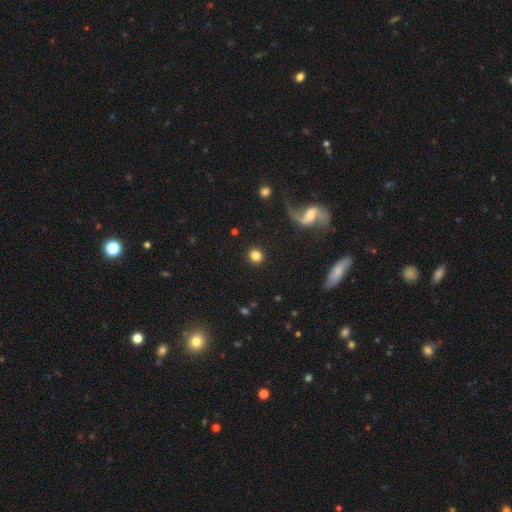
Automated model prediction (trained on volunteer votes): A smooth galaxy with no disk features (80%) that is round (91%).

Vote fractions:
- Smooth or featured? smooth: 80% / star or artifact: 10% / featured or disk: 9%
- How rounded? round: 91% / in between: 8% / cigar-shaped: 1%
- Merging? none: 91% / minor disturbance: 5% / major disturbance: 3% / merger: 2%